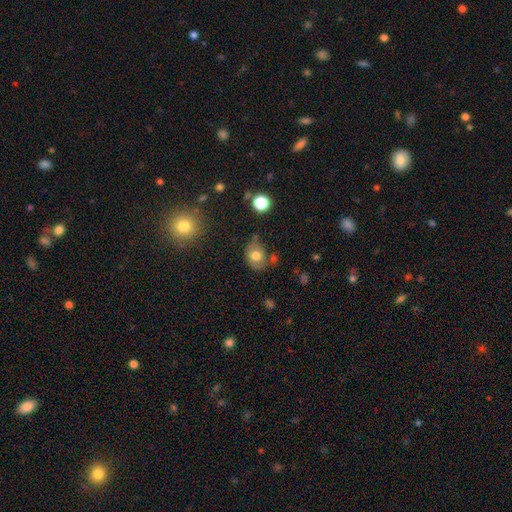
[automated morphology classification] smooth 73%, featured or disk 17%, star or artifact 10%. Down the decision tree: how rounded — in between (55%); merging — none (59%).